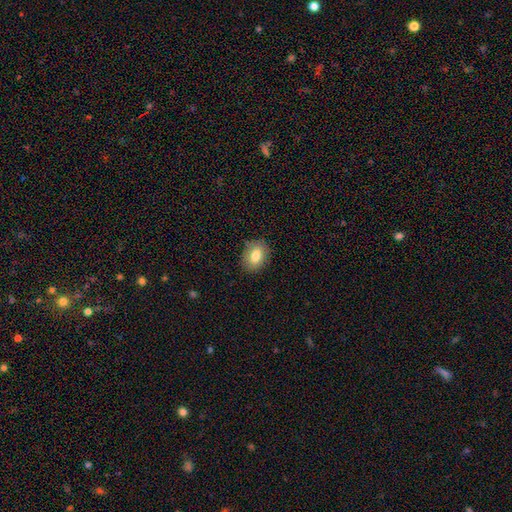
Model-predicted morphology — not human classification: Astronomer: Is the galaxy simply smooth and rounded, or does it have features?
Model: smooth — 80%.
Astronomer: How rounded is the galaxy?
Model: in between — 71%.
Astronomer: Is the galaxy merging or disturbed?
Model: none — 84%.